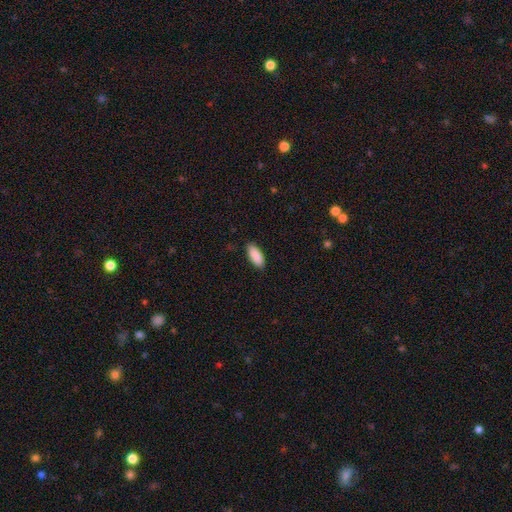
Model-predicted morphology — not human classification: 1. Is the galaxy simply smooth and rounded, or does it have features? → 91% smooth, 6% star or artifact, 3% featured or disk.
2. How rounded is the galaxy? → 84% in between, 14% cigar-shaped, 2% round.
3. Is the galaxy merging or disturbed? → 89% none, 8% minor disturbance, 2% major disturbance, 1% merger.